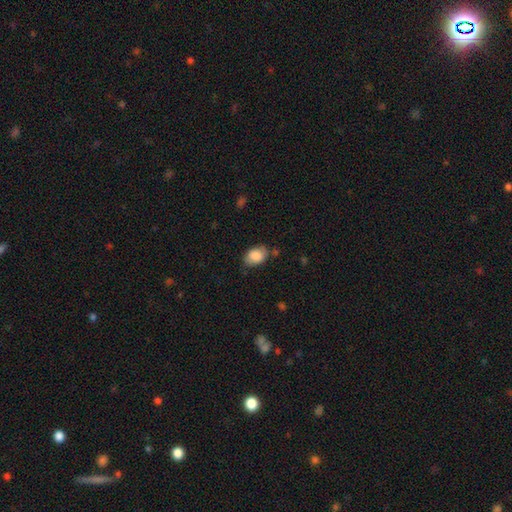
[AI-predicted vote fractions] Smooth or featured: smooth — 85% (featured or disk — 8%)
How rounded: in between — 86% (round — 12%)
Merging: none — 72% (minor disturbance — 21%)